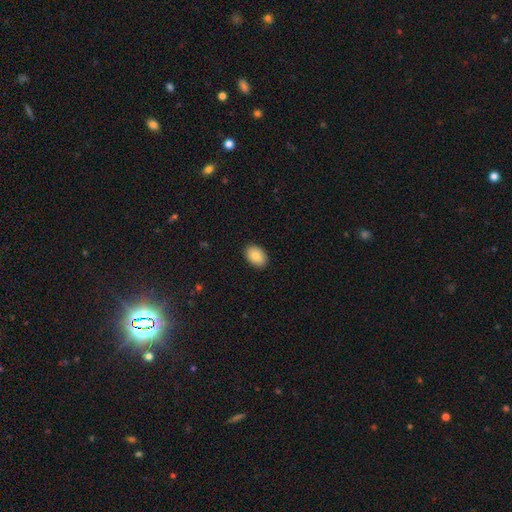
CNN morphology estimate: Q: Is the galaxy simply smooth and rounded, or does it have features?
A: smooth — 86%.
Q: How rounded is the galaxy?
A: in between — 85%.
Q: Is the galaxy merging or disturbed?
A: none — 89%.